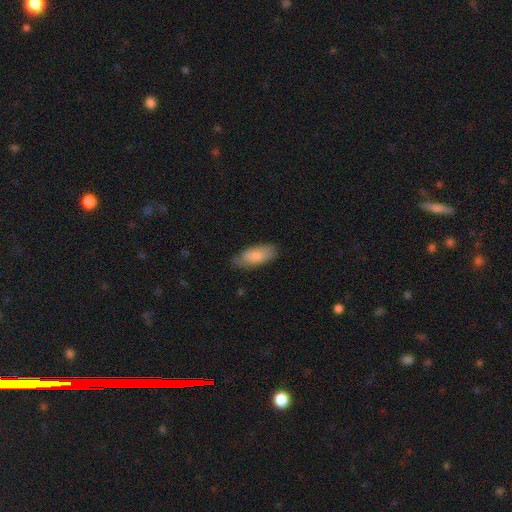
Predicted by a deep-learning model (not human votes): This appears to be a smooth galaxy with no disk features (81%) that is in between round and cigar-shaped (85%). Merging: none (75%).